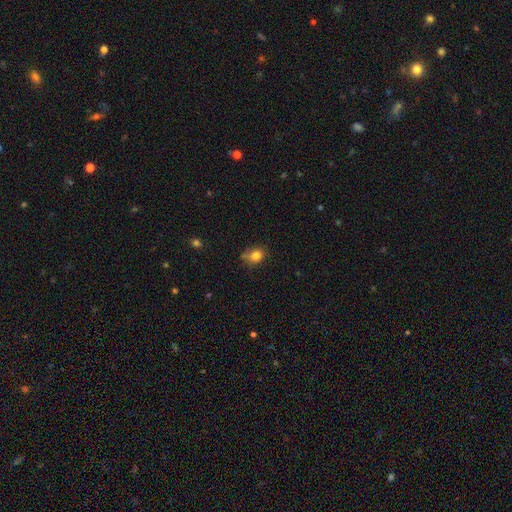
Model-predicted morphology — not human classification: smooth_or_featured: smooth (p=0.81) [alt: star or artifact p=0.11]
how_rounded: round (p=0.53) [alt: in between p=0.45]
merging: none (p=0.57) [alt: minor disturbance p=0.29]